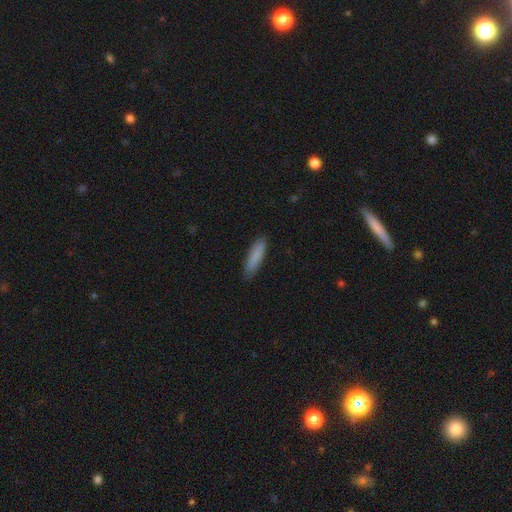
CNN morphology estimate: This is clearly a smooth galaxy (86%). How rounded: likely cigar-shaped (74%). Merging: clearly none (86%).